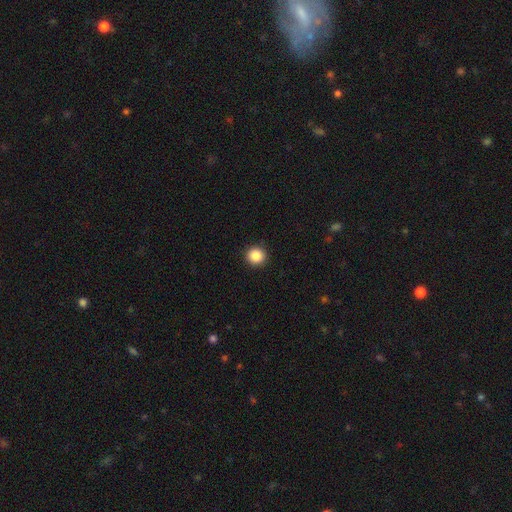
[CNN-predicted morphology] type=smooth (87%); roundness=round (94%); merging=none (93%).